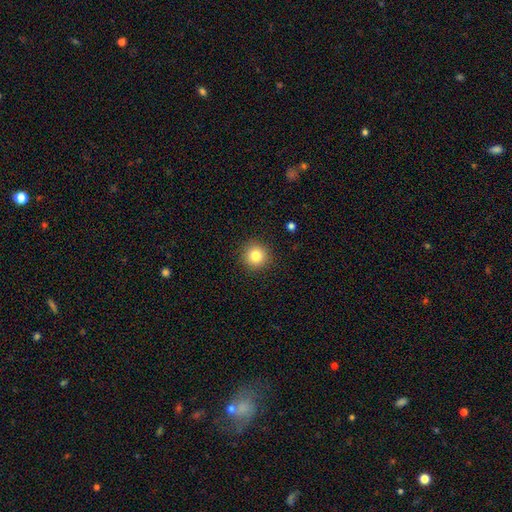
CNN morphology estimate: smooth-or-featured: smooth: 83% | star or artifact: 10% | featured or disk: 7%
  how-rounded: round: 94% | in between: 5% | cigar-shaped: 1%
  merging: none: 91% | minor disturbance: 6% | major disturbance: 2% | merger: 1%